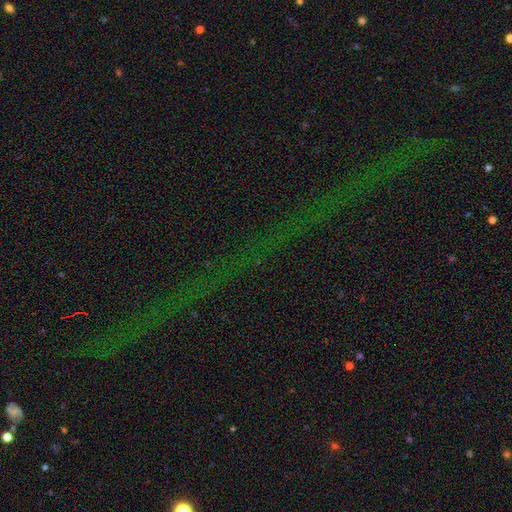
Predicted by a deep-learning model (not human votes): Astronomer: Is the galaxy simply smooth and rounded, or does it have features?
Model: star or artifact — 77%.